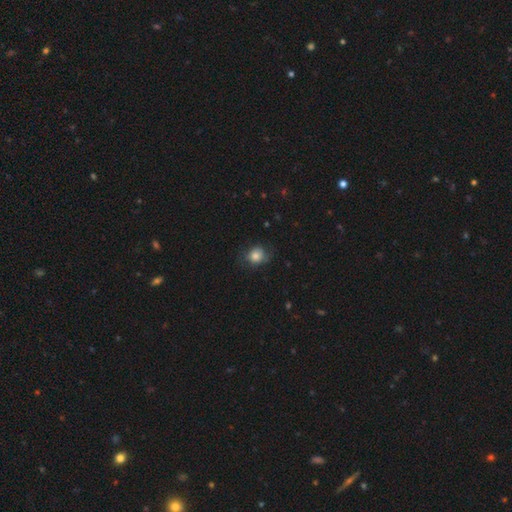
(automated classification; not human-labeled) Smooth or featured: smooth — 80% (featured or disk — 11%)
How rounded: round — 73% (in between — 26%)
Merging: none — 67% (minor disturbance — 23%)